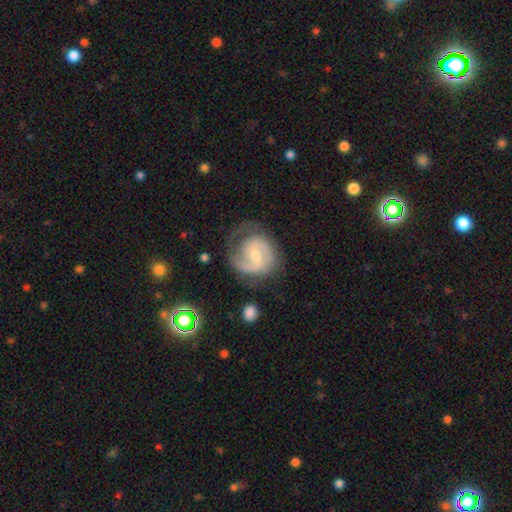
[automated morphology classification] This is likely a featured or disk galaxy (79%). It is clearly not viewed edge-on (98%). Bar: possibly weak (45%, tied with no). Spiral arm pattern: clearly yes (93%). Spiral arm count: possibly 2 (57%). Spiral winding: marginally medium (44%). Central bulge: possibly small (48%). Merging: possibly none (55%).